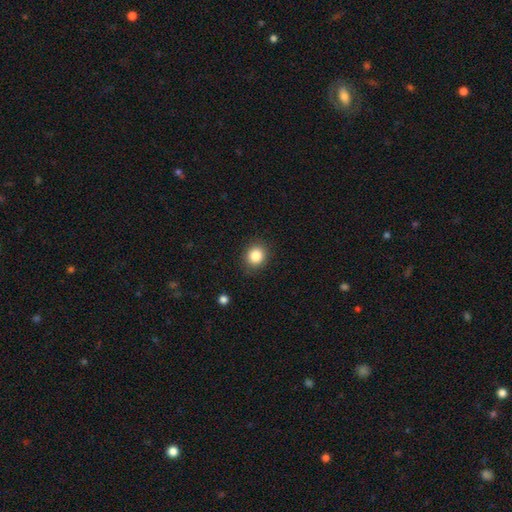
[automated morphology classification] Smooth or featured? smooth (85%)
How rounded? round (79%)
Merging? none (88%)